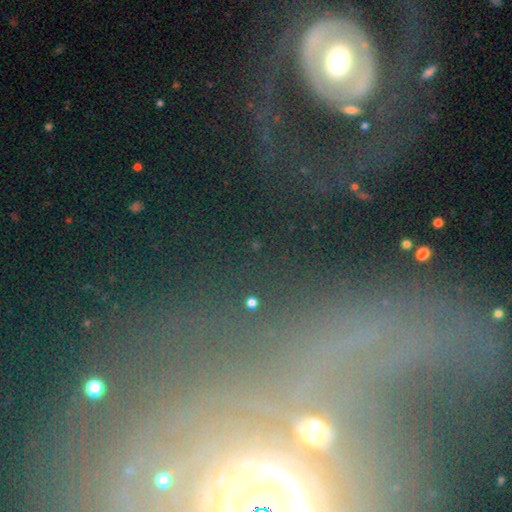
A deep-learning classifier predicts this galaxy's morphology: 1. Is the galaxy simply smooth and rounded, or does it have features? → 62% featured or disk, 20% smooth, 18% star or artifact.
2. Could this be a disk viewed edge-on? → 90% no, 10% yes.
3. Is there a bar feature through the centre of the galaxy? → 50% no, 25% weak, 24% strong.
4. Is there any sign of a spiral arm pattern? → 70% yes, 30% no.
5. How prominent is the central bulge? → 58% moderate, 25% small, 11% large, 4% dominant, 3% none.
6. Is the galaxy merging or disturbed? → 60% none, 15% minor disturbance, 14% major disturbance, 11% merger.